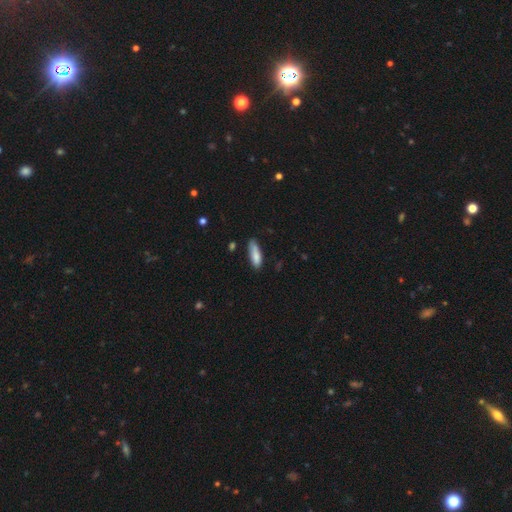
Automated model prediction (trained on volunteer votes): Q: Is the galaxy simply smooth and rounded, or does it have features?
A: smooth — 81%.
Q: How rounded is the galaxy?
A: cigar-shaped — 50%.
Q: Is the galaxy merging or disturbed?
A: none — 64%.